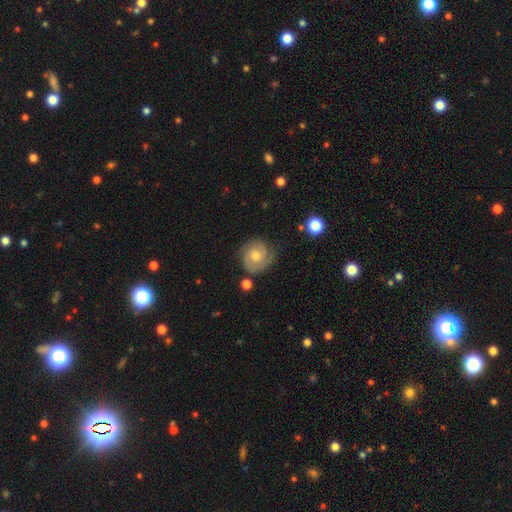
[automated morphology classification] Overall: featured or disk (69%). Edge-on disk: no (98%). Bar: no (74%). Spiral arms: yes (93%). Spiral arm count: 2 (59%). Spiral winding: tight (65%; medium 28%). Bulge size: moderate (64%; small 31%). Merging: none (78%).